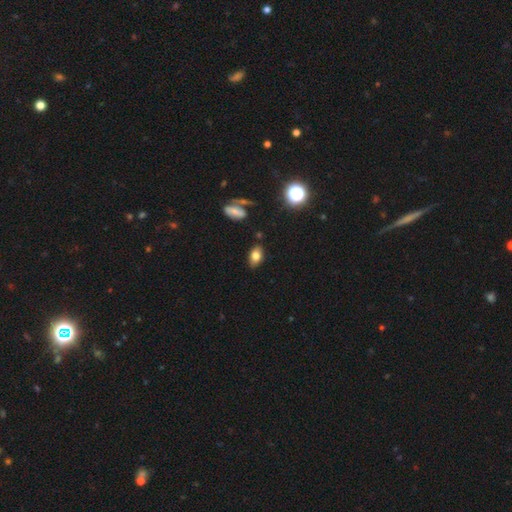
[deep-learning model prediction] Smooth or featured? smooth (76%)
How rounded? in between (87%)
Merging? none (83%)